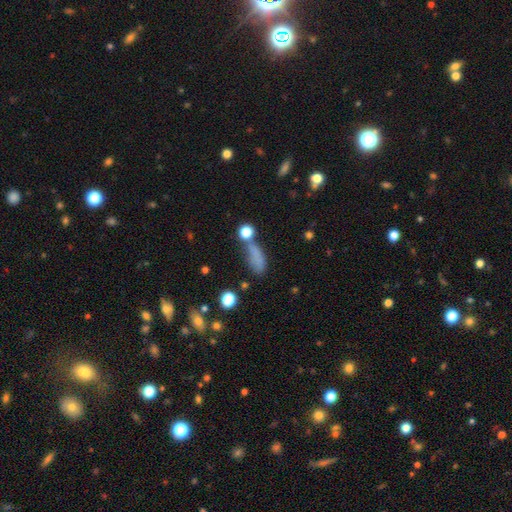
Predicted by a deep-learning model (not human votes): A smooth galaxy with no disk features (71%) that is in between round and cigar-shaped (56%). Merging: none (46%).